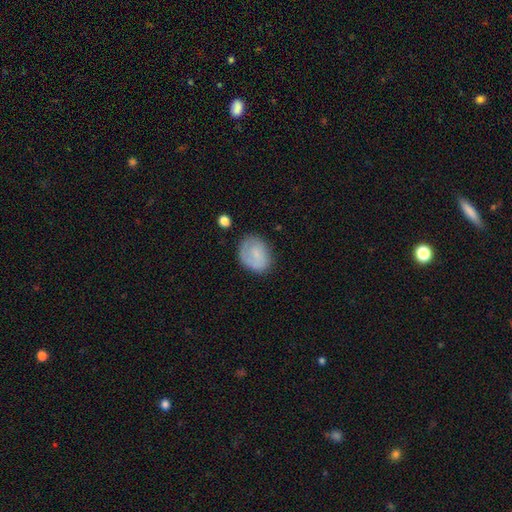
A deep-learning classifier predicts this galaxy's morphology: Smooth or featured? Predicted: smooth (p=0.70). How rounded? Predicted: in between (p=0.54). Merging? Predicted: none (p=0.69).